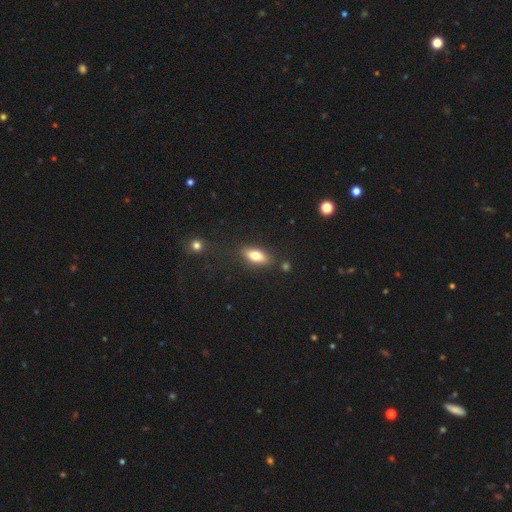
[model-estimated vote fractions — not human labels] The model was most divided on "smooth or featured": smooth: 69%, featured or disk: 23%, star or artifact: 8%. More confident: merging — none (82%); how rounded — in between (77%).